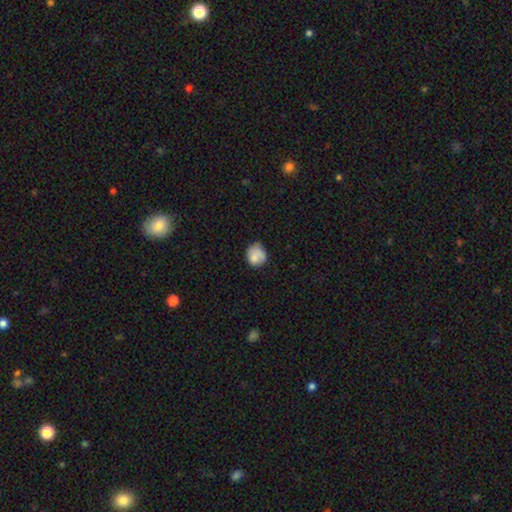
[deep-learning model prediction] Smooth or featured? smooth (78%)
How rounded? round (69%)
Merging? none (53%)